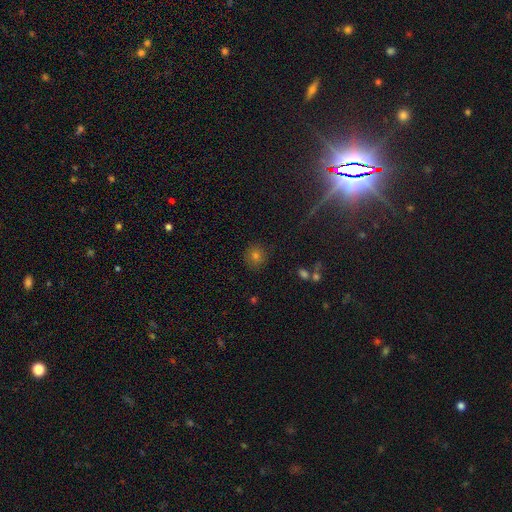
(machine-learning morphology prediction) Smooth or featured: smooth — 73% (star or artifact — 18%)
How rounded: round — 90% (in between — 9%)
Merging: none — 88% (minor disturbance — 7%)